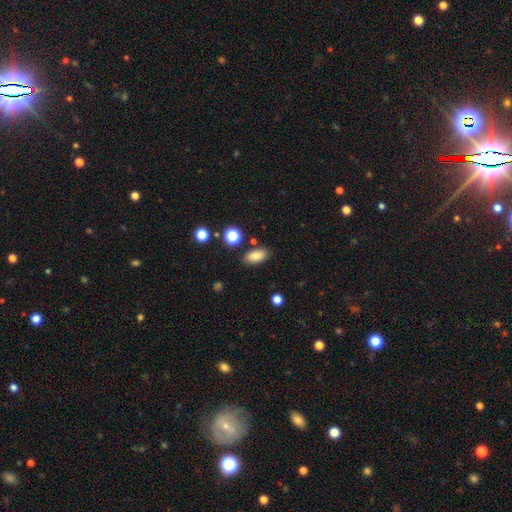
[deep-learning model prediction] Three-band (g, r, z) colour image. It shows a smooth galaxy with no disk features (82%) that is in between round and cigar-shaped (89%). Merging: none (83%).